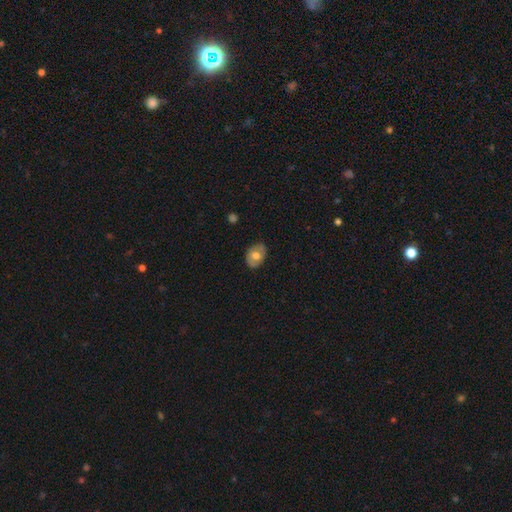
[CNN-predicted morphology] A smooth galaxy with no disk features (62%) that is in between round and cigar-shaped (73%).

Vote fractions:
- Smooth or featured? smooth: 62% / featured or disk: 31% / star or artifact: 7%
- How rounded? in between: 73% / round: 26% / cigar-shaped: 1%
- Merging? none: 79% / minor disturbance: 16% / major disturbance: 3% / merger: 1%